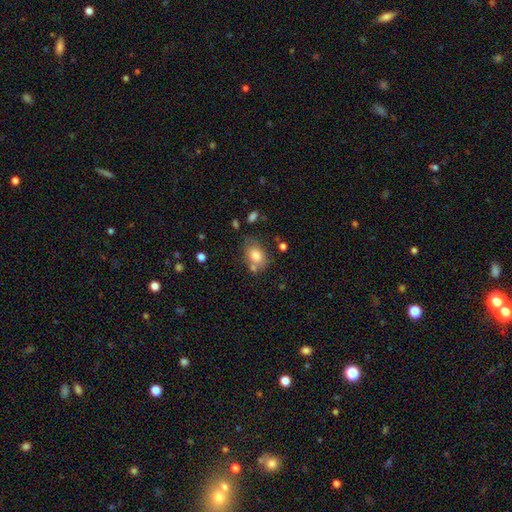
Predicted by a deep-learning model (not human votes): smooth-or-featured: smooth: 78% | featured or disk: 14% | star or artifact: 8%
  how-rounded: in between: 71% | round: 27% | cigar-shaped: 1%
  merging: none: 57% | minor disturbance: 22% | merger: 14% | major disturbance: 7%